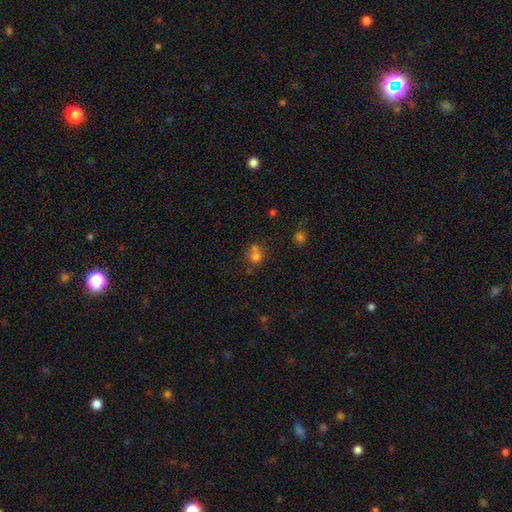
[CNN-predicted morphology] Smooth or featured? smooth (69%)
How rounded? round (80%)
Merging? none (43%)